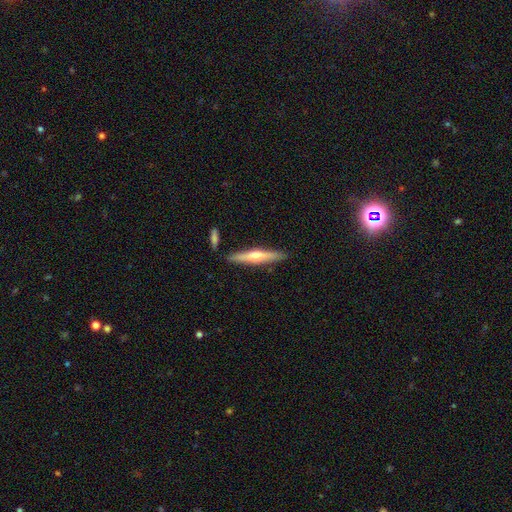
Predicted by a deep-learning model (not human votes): Smooth or featured: featured or disk — 52% (smooth — 42%)
Edge-on disk: yes — 94% (no — 6%)
Merging: none — 85% (minor disturbance — 9%)